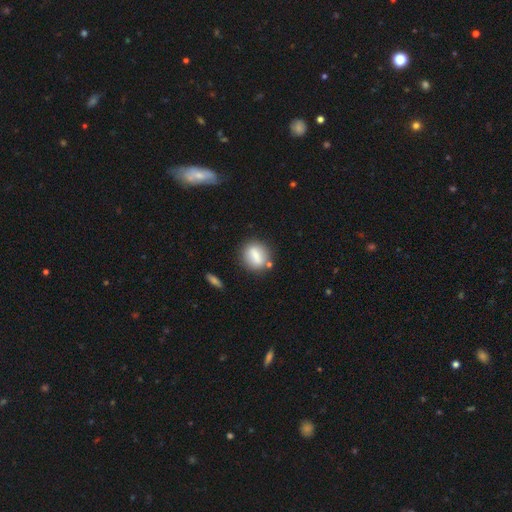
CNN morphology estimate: This appears to be a smooth galaxy with no disk features (72%) that is in between round and cigar-shaped (46%, tied with round). Merging: none (76%).